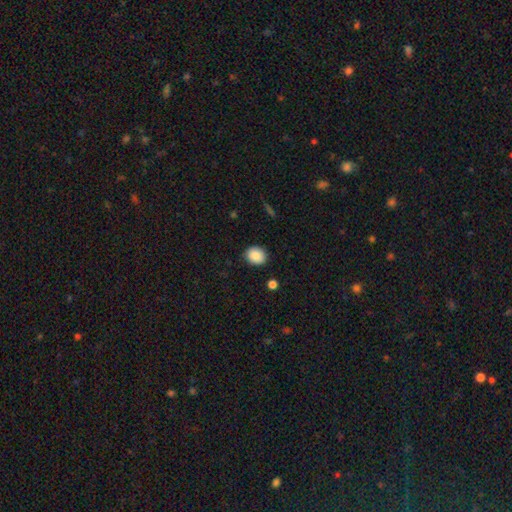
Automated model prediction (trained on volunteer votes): smooth 88%, star or artifact 8%, featured or disk 4%. Down the decision tree: how rounded — round (60%); merging — none (88%).